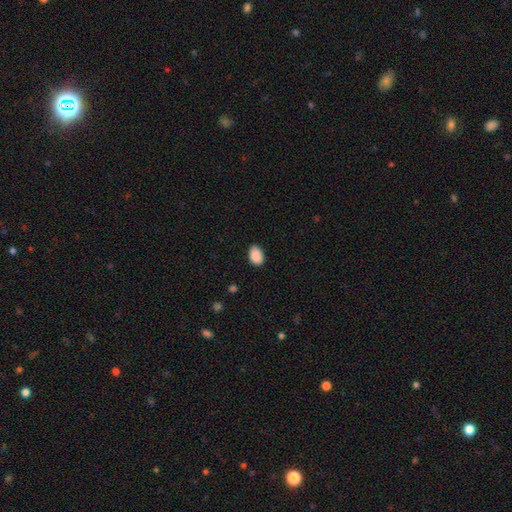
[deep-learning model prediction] smooth 90%, star or artifact 7%, featured or disk 3%. Down the decision tree: how rounded — in between (87%); merging — none (81%).